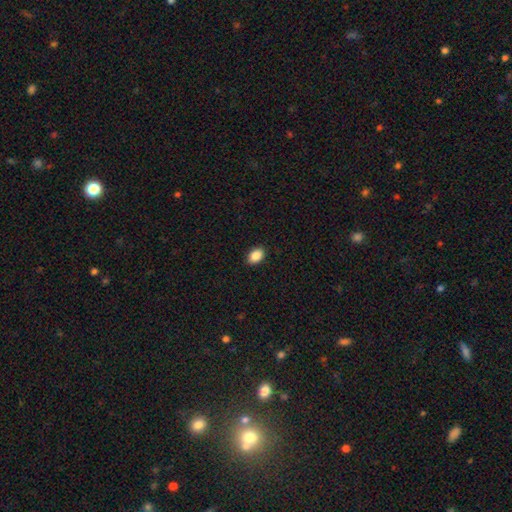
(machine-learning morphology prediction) This appears to be a smooth galaxy with no disk features (89%) that is in between round and cigar-shaped (85%). Merging: none (91%).